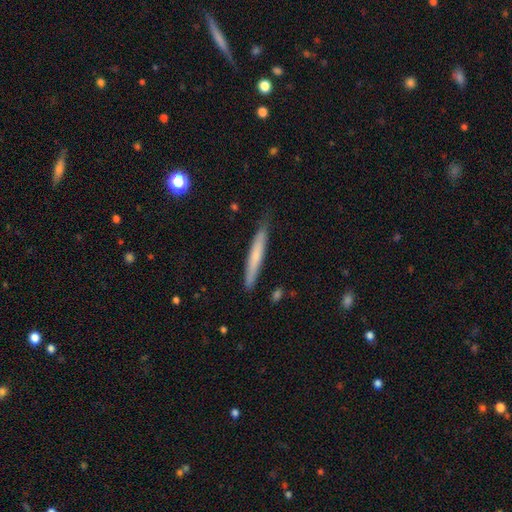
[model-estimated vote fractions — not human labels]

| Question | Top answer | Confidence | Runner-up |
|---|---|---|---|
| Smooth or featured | smooth | 63% | featured or disk (31%) |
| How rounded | cigar-shaped | 95% | in between (3%) |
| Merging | none | 83% | minor disturbance (13%) |